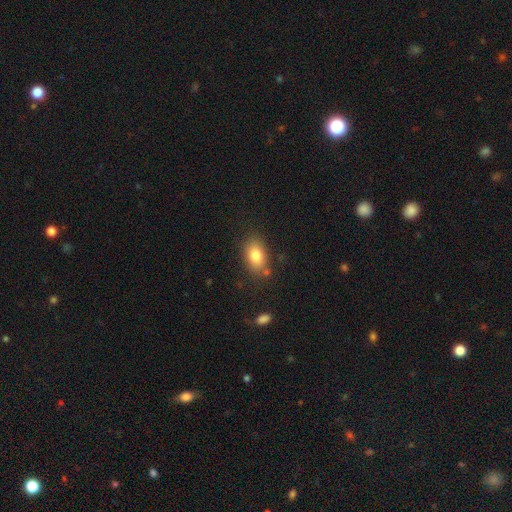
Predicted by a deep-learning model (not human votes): This appears to be a smooth galaxy with no disk features (81%) that is in between round and cigar-shaped (84%). Merging: none (77%).